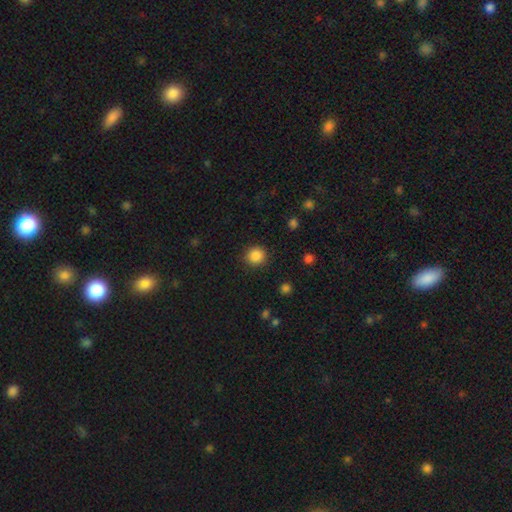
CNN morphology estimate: Smooth or featured? smooth (86%)
How rounded? round (92%)
Merging? none (90%)